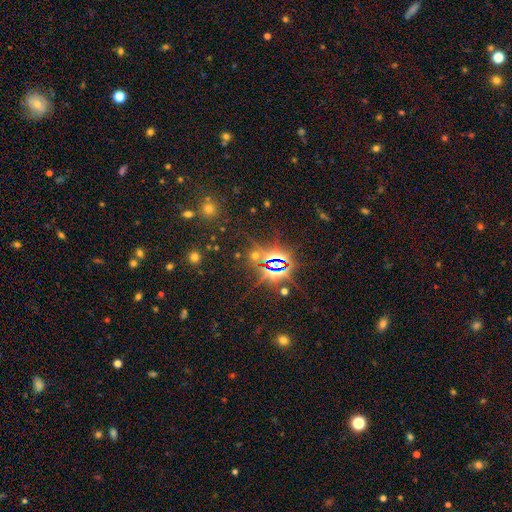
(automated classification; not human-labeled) Smooth or featured: star or artifact — 75% (smooth — 16%)